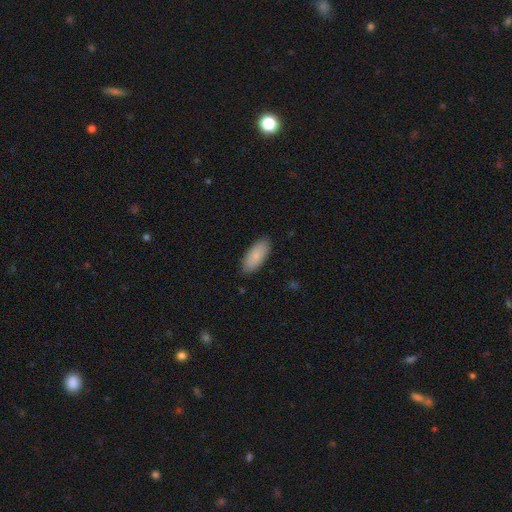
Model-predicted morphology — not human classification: smooth-or-featured: smooth: 86% | featured or disk: 8% | star or artifact: 6%
  how-rounded: in between: 88% | cigar-shaped: 10% | round: 2%
  merging: none: 87% | minor disturbance: 10% | major disturbance: 2% | merger: 1%